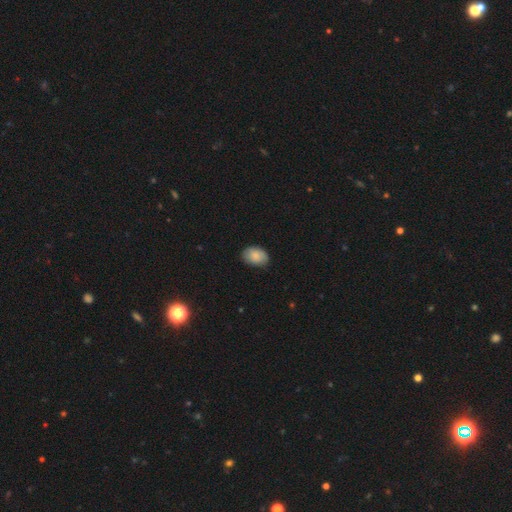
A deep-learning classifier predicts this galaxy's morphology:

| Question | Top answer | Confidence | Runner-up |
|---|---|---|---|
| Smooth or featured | smooth | 84% | featured or disk (9%) |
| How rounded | in between | 83% | round (16%) |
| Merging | none | 80% | minor disturbance (17%) |